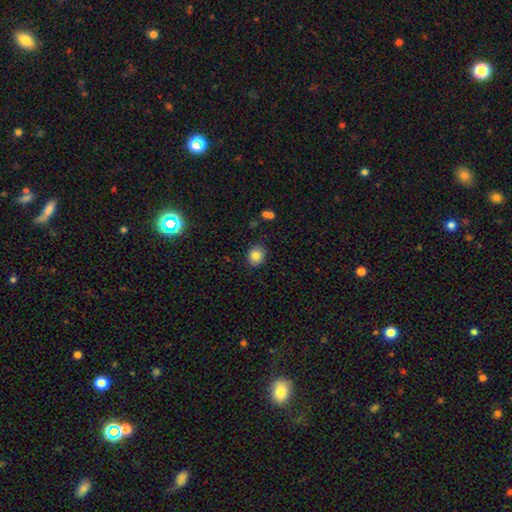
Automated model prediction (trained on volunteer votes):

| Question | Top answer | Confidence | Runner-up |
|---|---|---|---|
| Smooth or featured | smooth | 85% | star or artifact (10%) |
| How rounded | round | 71% | in between (28%) |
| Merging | none | 86% | minor disturbance (9%) |